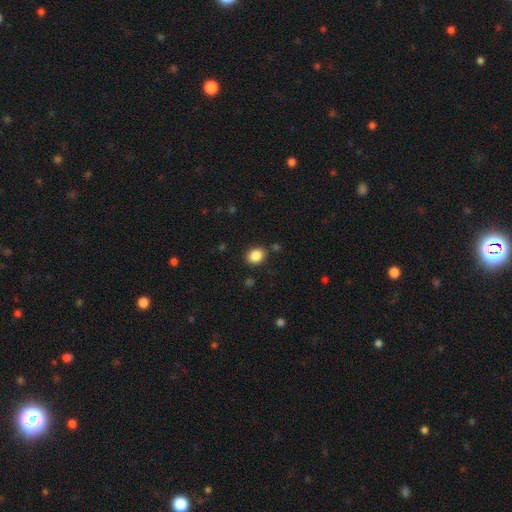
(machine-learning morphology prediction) type=smooth (86%); roundness=round (51%); merging=none (86%).